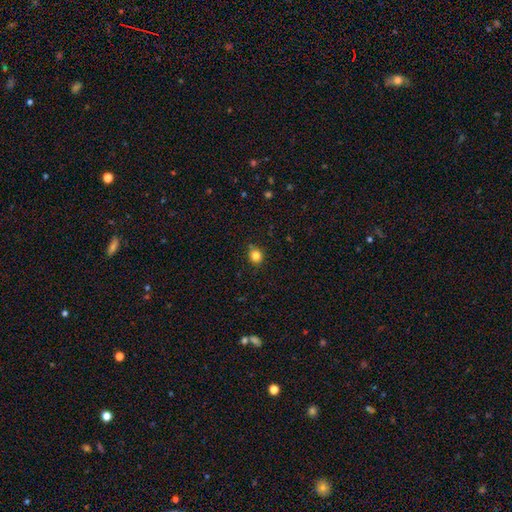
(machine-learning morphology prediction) Overall: smooth (82%). How rounded: round (86%). Merging: none (83%).